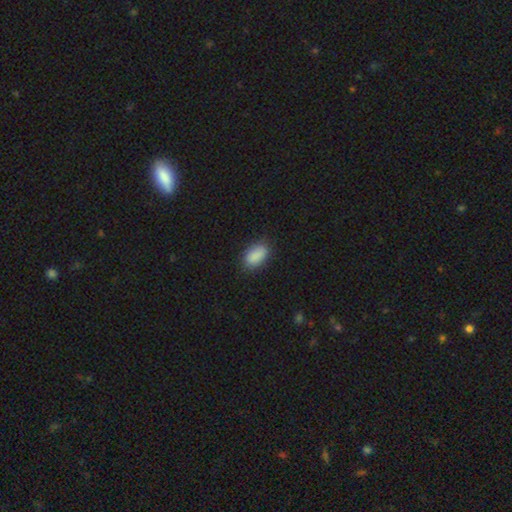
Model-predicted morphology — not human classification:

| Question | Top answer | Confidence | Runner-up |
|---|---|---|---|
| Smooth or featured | smooth | 88% | star or artifact (7%) |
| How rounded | in between | 91% | round (6%) |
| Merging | none | 80% | minor disturbance (16%) |